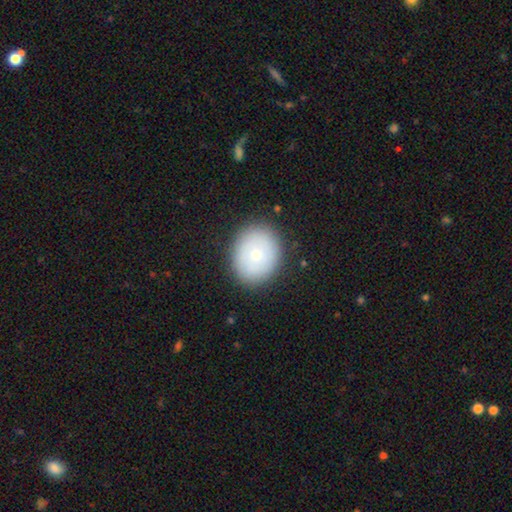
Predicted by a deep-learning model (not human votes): This appears to be a smooth galaxy with no disk features (71%) that is round (63%). Merging: none (87%).